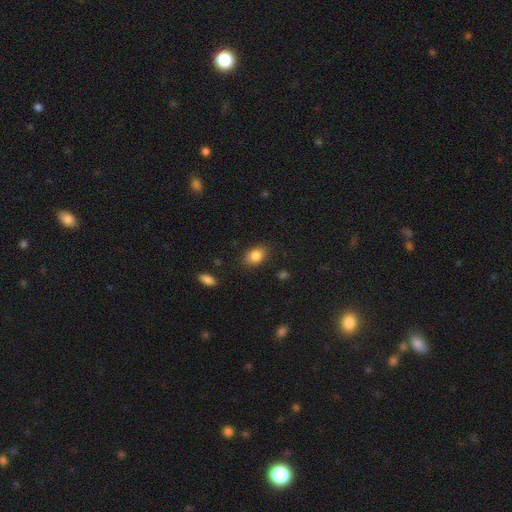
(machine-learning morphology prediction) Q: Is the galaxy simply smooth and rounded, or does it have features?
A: smooth — 85%.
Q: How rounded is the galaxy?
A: in between — 77%.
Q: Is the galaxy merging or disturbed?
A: none — 82%.